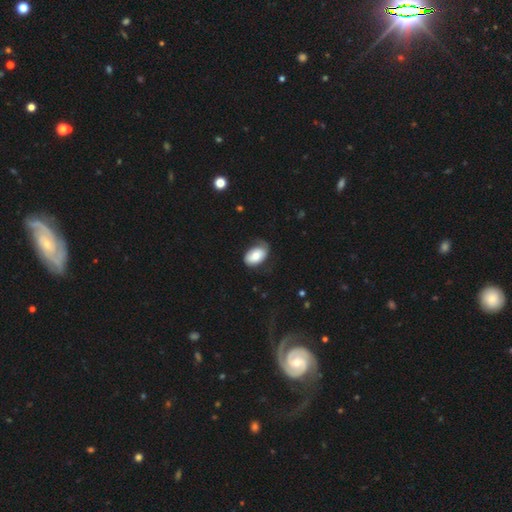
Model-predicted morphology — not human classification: The model was most divided on "merging": none: 54%, minor disturbance: 31%, major disturbance: 14%, merger: 2%. More confident: how rounded — in between (90%); smooth or featured — smooth (70%).